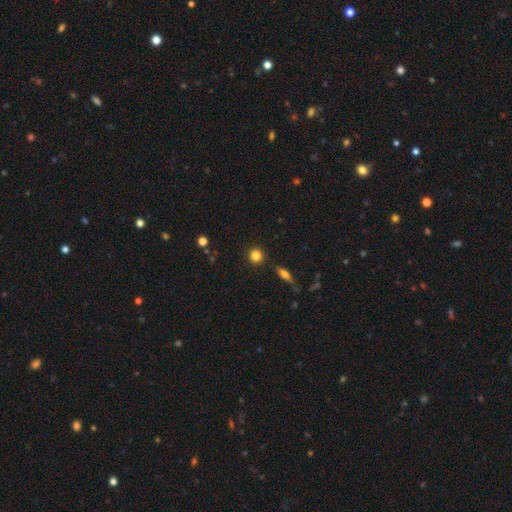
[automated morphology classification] A smooth galaxy with no disk features (84%) that is round (91%). Merging: none (89%).